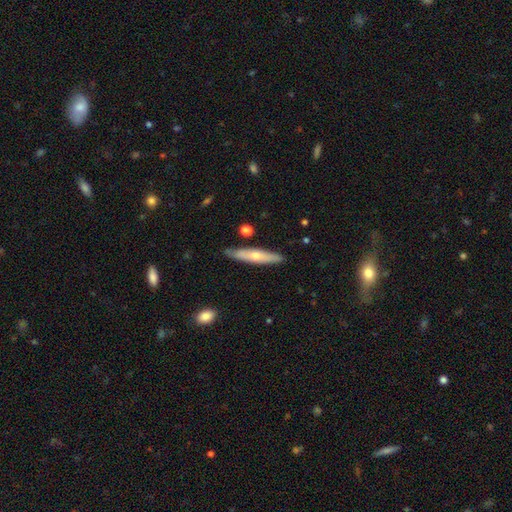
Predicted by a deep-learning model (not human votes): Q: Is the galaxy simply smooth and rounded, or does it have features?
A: smooth — 51%.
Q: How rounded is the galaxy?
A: cigar-shaped — 86%.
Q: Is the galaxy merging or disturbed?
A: none — 83%.